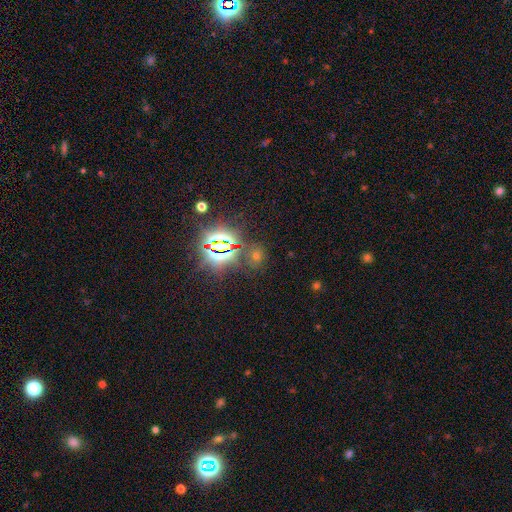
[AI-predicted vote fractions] A star or artifact, not a galaxy (79%).